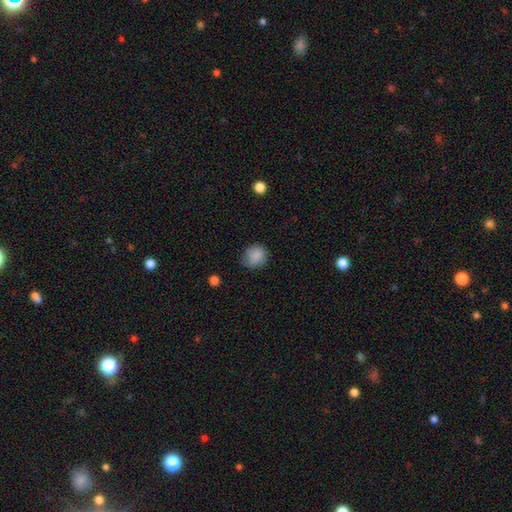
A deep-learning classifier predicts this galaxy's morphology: smooth 85%, star or artifact 8%, featured or disk 7%. Down the decision tree: how rounded — round (79%); merging — none (71%).